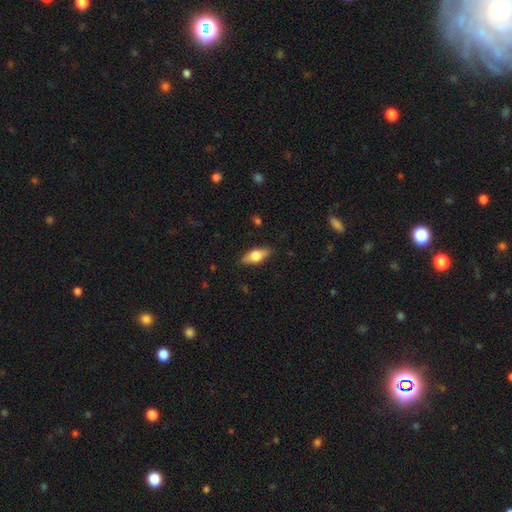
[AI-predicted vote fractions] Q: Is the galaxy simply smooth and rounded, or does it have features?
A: smooth — 59%.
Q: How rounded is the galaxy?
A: in between — 75%.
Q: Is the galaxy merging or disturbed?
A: none — 85%.